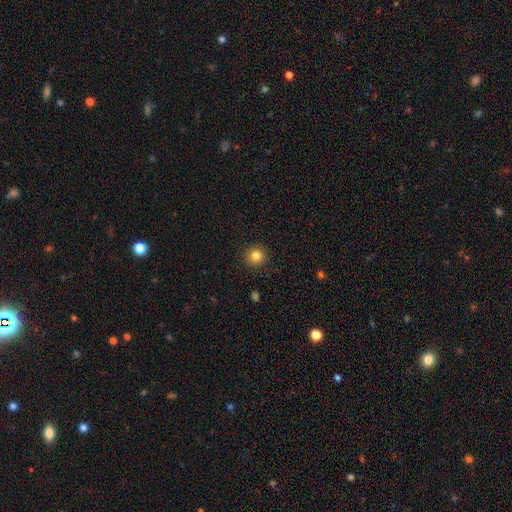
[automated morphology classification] This is clearly a smooth galaxy (82%). How rounded: clearly round (94%). Merging: clearly none (92%).